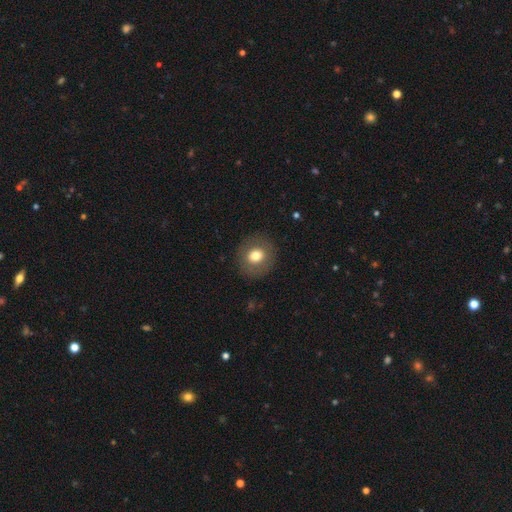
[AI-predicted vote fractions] Smooth or featured? smooth (74%)
How rounded? round (79%)
Merging? none (88%)